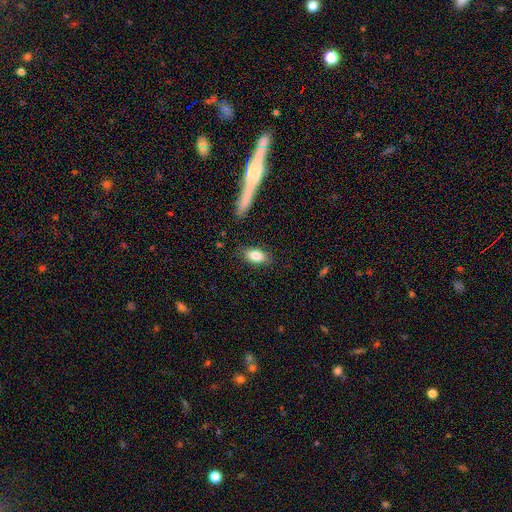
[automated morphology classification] Smooth or featured?
  - smooth: 83% *
  - featured or disk: 10%
  - star or artifact: 7%
How rounded?
  - in between: 88% *
  - cigar-shaped: 7%
  - round: 5%
Merging?
  - none: 84% *
  - minor disturbance: 12%
  - major disturbance: 3%
  - merger: 2%